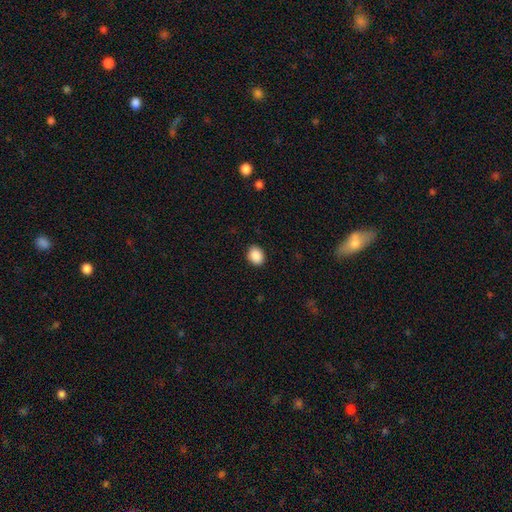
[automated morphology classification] Smooth or featured? smooth (89%)
How rounded? in between (55%)
Merging? none (91%)